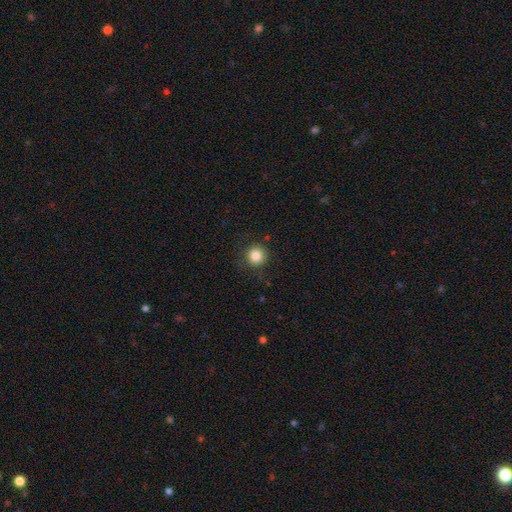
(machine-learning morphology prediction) Smooth or featured? smooth (85%)
How rounded? round (93%)
Merging? none (86%)